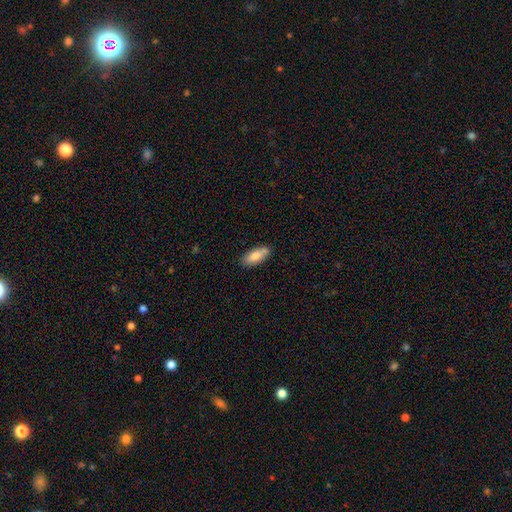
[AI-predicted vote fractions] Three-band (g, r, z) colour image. It shows a smooth galaxy with no disk features (81%) that is in between round and cigar-shaped (78%). Merging: none (81%).